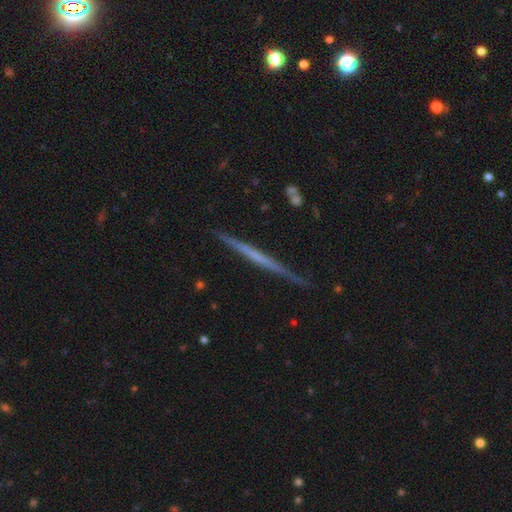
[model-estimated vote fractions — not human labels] The model was most divided on "smooth or featured": featured or disk: 64%, smooth: 30%, star or artifact: 5%. More confident: edge-on disk — yes (98%); merging — none (89%); edge-on bulge — none (86%).